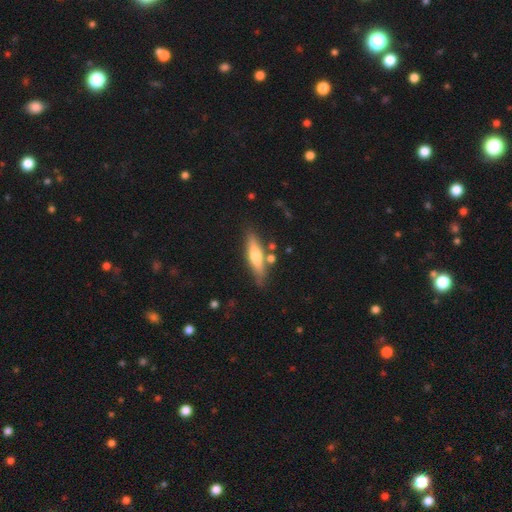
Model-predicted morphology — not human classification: This appears to be a smooth galaxy with no disk features (55%) that is cigar-shaped (74%). Merging: none (76%).